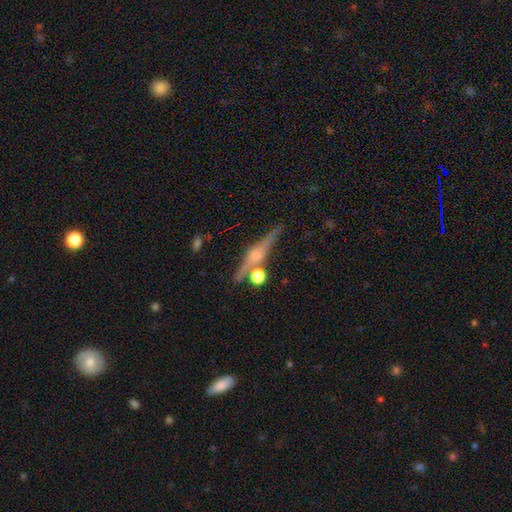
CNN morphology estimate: Q: Smooth or featured?
A: featured or disk (78%); runner-up: smooth (14%)
Q: Edge-on disk?
A: yes (97%); runner-up: no (3%)
Q: Edge-on bulge?
A: rounded (87%); runner-up: boxy (8%)
Q: Merging?
A: none (80%); runner-up: minor disturbance (10%)